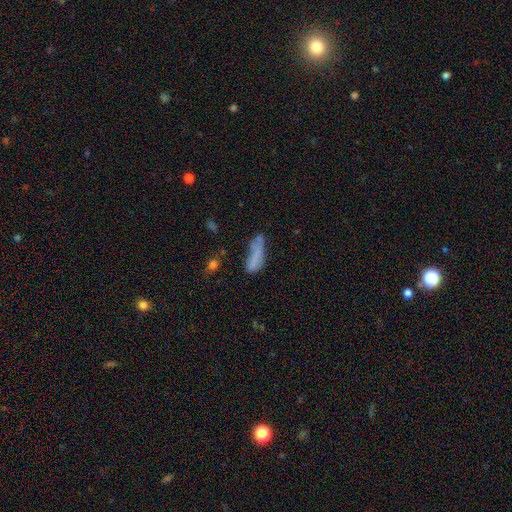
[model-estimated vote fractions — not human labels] Smooth or featured?
  - smooth: 67% *
  - featured or disk: 21%
  - star or artifact: 12%
How rounded?
  - cigar-shaped: 49% *
  - in between: 48%
  - round: 3%
Merging?
  - none: 39% *
  - minor disturbance: 28%
  - major disturbance: 22%
  - merger: 11%